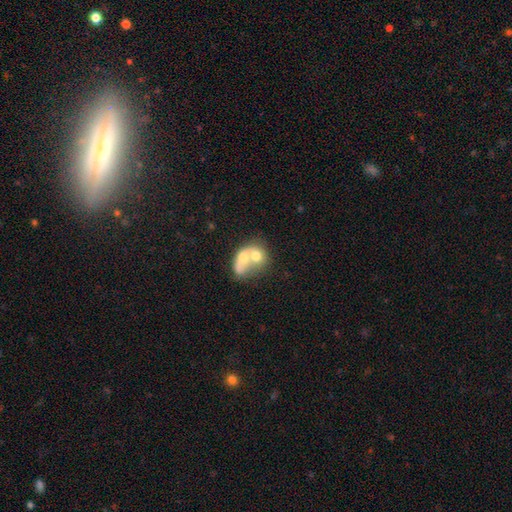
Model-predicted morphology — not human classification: Smooth or featured? smooth (56%)
How rounded? in between (58%)
Merging? merger (76%)